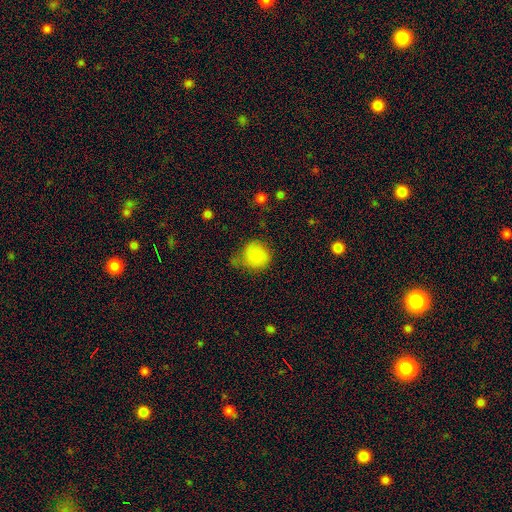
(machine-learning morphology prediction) This is clearly a smooth galaxy (84%). How rounded: clearly round (84%). Merging: possibly none (50%).